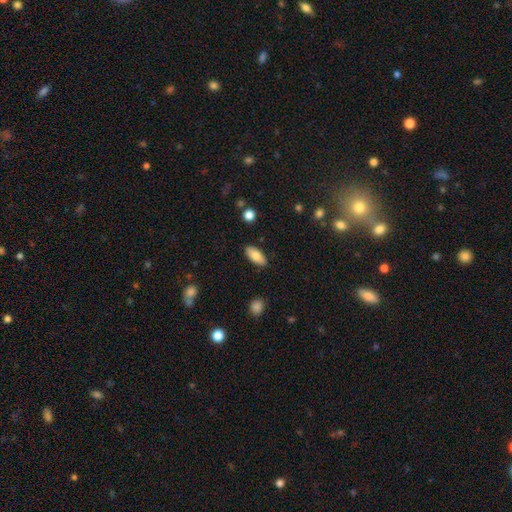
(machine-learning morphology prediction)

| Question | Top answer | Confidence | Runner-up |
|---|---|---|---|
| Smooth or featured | smooth | 80% | featured or disk (14%) |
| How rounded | in between | 85% | cigar-shaped (12%) |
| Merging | none | 87% | minor disturbance (10%) |